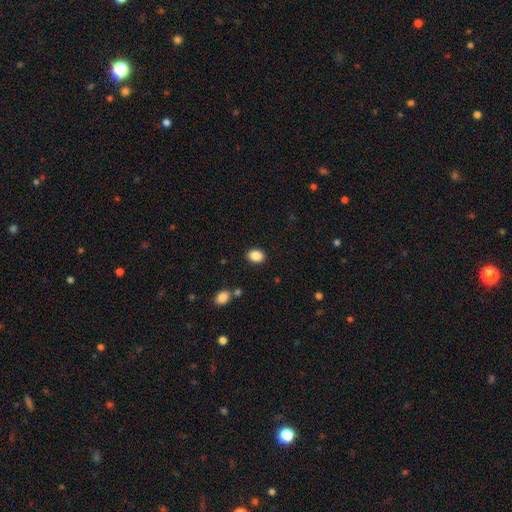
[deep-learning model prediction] Smooth or featured: smooth — 87% (star or artifact — 9%)
How rounded: in between — 57% (round — 42%)
Merging: none — 88% (minor disturbance — 7%)